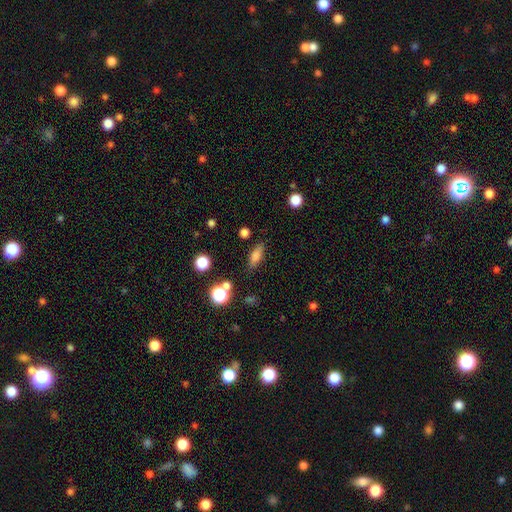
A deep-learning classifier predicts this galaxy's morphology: smooth-or-featured: smooth: 74% | featured or disk: 14% | star or artifact: 12%
  how-rounded: in between: 55% | cigar-shaped: 38% | round: 7%
  merging: none: 81% | minor disturbance: 11% | merger: 4% | major disturbance: 4%